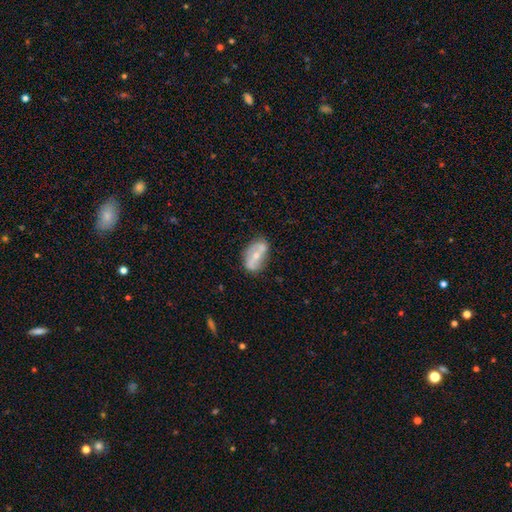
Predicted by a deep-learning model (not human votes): featured or disk 62%, smooth 31%, star or artifact 7%. Down the decision tree: edge-on disk — no (90%); bar — strong (41%); spiral arms — yes (53%); bulge size — moderate (48%); merging — none (64%).